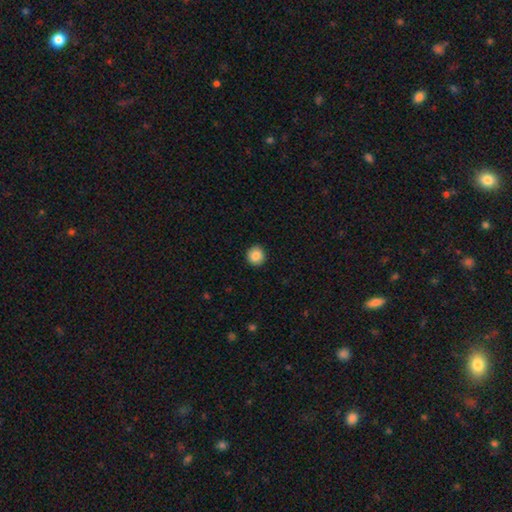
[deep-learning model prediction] The model was most divided on "smooth or featured": smooth: 88%, star or artifact: 8%, featured or disk: 4%. More confident: how rounded — round (93%); merging — none (93%).